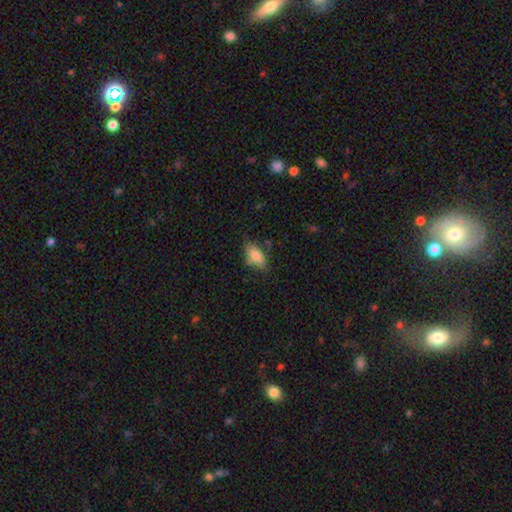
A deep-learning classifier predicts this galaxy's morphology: A smooth galaxy with no disk features (80%) that is in between round and cigar-shaped (86%). Merging: none (65%).